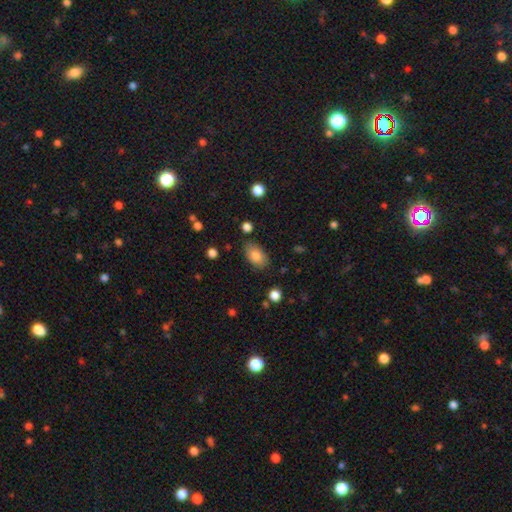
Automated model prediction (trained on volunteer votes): A smooth galaxy with no disk features (84%) that is in between round and cigar-shaped (90%).

Vote fractions:
- Smooth or featured? smooth: 84% / featured or disk: 8% / star or artifact: 8%
- How rounded? in between: 90% / round: 9% / cigar-shaped: 2%
- Merging? none: 80% / minor disturbance: 14% / major disturbance: 4% / merger: 2%